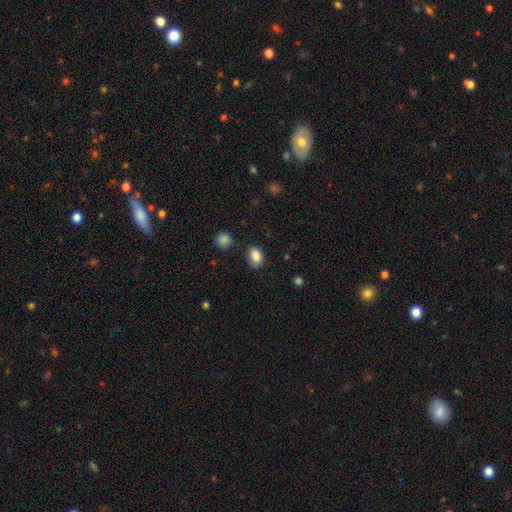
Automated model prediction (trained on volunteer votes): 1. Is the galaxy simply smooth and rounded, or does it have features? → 86% smooth, 9% star or artifact, 5% featured or disk.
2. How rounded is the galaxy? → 79% in between, 20% round, 1% cigar-shaped.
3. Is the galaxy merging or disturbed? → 70% none, 22% minor disturbance, 5% major disturbance, 3% merger.